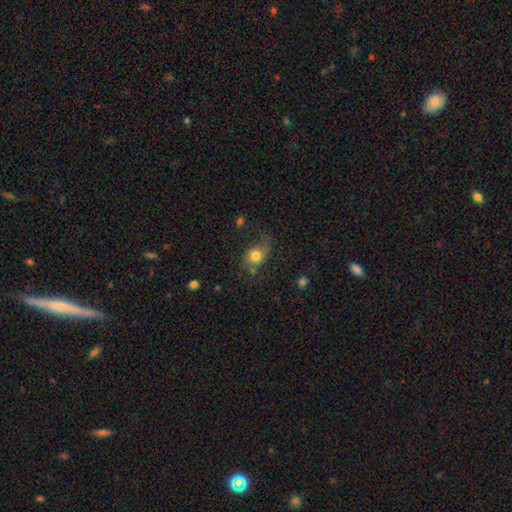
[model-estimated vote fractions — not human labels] Q: Smooth or featured?
A: smooth (62%); runner-up: featured or disk (27%)
Q: How rounded?
A: in between (50%); runner-up: round (48%)
Q: Merging?
A: none (57%); runner-up: minor disturbance (25%)